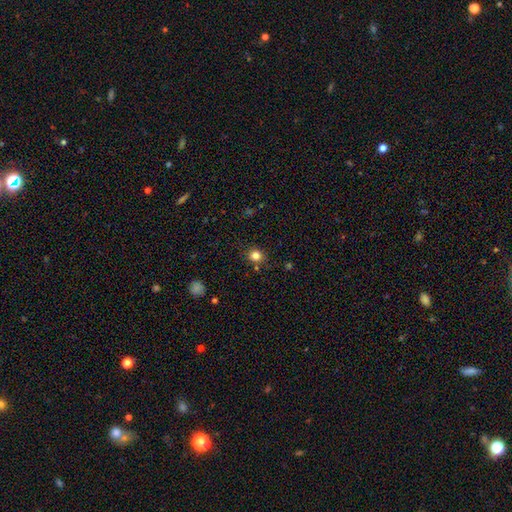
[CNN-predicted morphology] Smooth or featured? Predicted: smooth (p=0.81). How rounded? Predicted: round (p=0.86). Merging? Predicted: none (p=0.83).